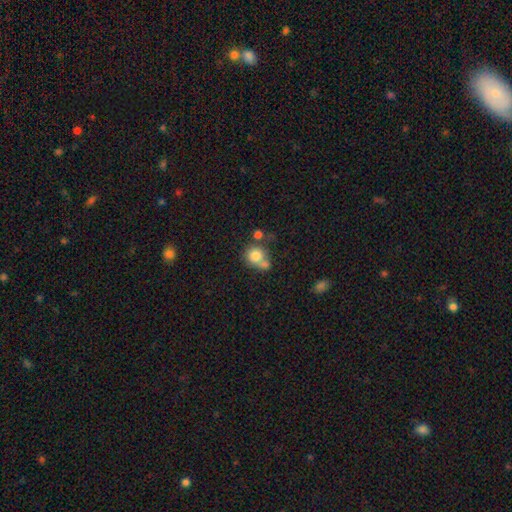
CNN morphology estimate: Q: Smooth or featured?
A: smooth (77%); runner-up: featured or disk (13%)
Q: How rounded?
A: round (77%); runner-up: in between (22%)
Q: Merging?
A: merger (41%); runner-up: none (39%)